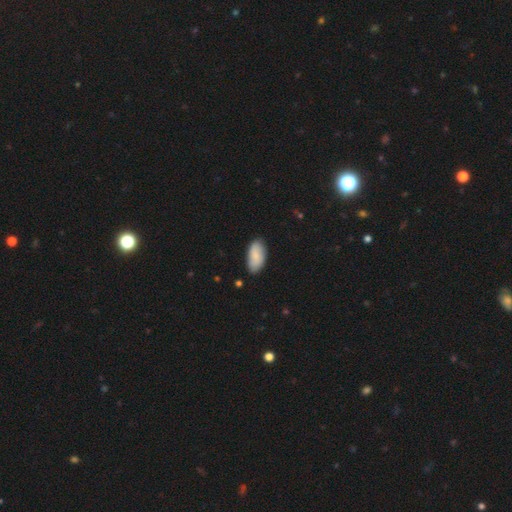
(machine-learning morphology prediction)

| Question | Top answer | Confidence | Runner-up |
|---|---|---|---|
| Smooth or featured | smooth | 85% | featured or disk (9%) |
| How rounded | in between | 93% | cigar-shaped (4%) |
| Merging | none | 82% | minor disturbance (14%) |